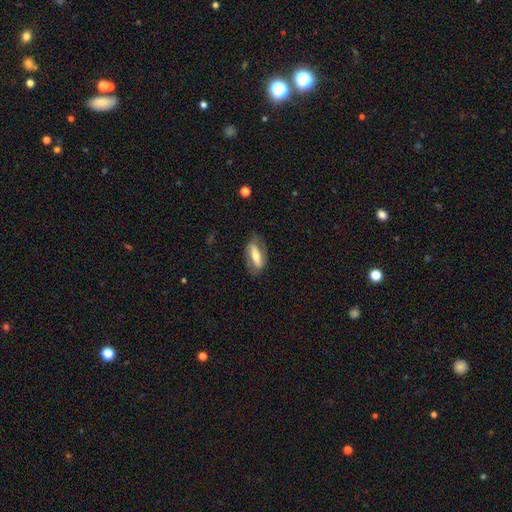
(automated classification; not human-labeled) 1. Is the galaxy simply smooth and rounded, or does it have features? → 61% featured or disk, 33% smooth, 6% star or artifact.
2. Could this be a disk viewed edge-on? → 77% no, 23% yes.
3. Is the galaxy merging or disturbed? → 74% none, 17% minor disturbance, 7% major disturbance, 1% merger.